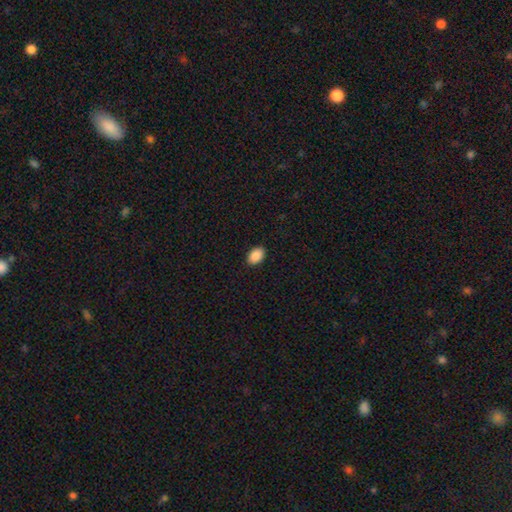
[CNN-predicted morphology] Smooth or featured?
  - smooth: 90% *
  - star or artifact: 8%
  - featured or disk: 2%
How rounded?
  - in between: 85% *
  - round: 14%
  - cigar-shaped: 1%
Merging?
  - none: 90% *
  - minor disturbance: 7%
  - major disturbance: 2%
  - merger: 1%